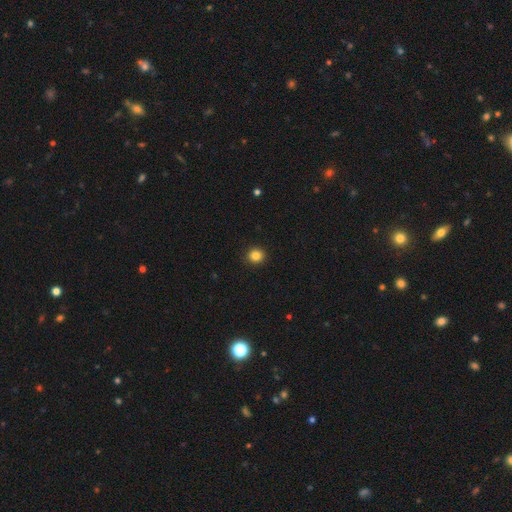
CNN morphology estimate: This is clearly a smooth galaxy (85%). How rounded: clearly round (90%). Merging: clearly none (92%).